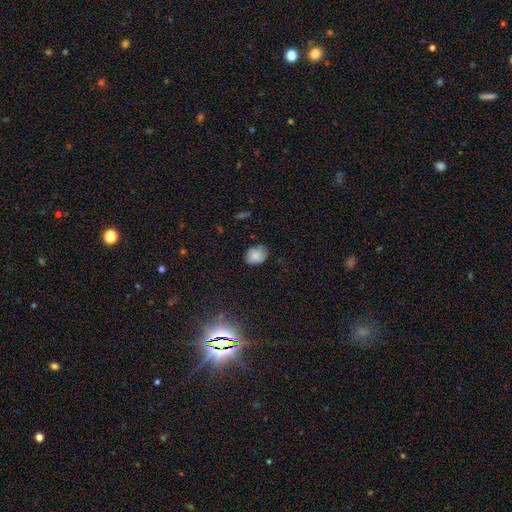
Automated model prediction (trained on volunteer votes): smooth-or-featured: smooth: 79% | featured or disk: 11% | star or artifact: 10%
  how-rounded: in between: 53% | round: 46% | cigar-shaped: 1%
  merging: none: 73% | minor disturbance: 22% | major disturbance: 4% | merger: 1%